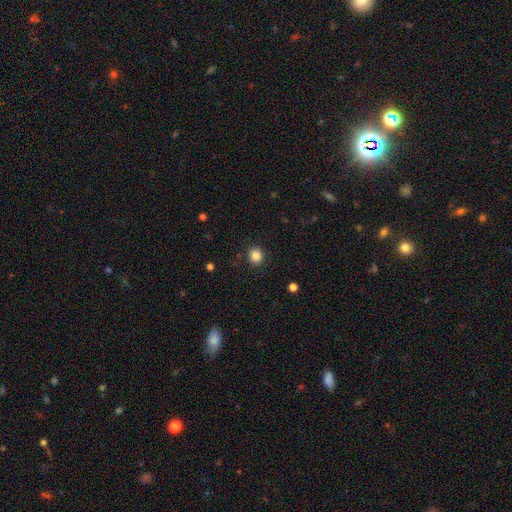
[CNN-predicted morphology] Smooth or featured: smooth — 85% (star or artifact — 11%)
How rounded: round — 89% (in between — 10%)
Merging: none — 89% (minor disturbance — 7%)